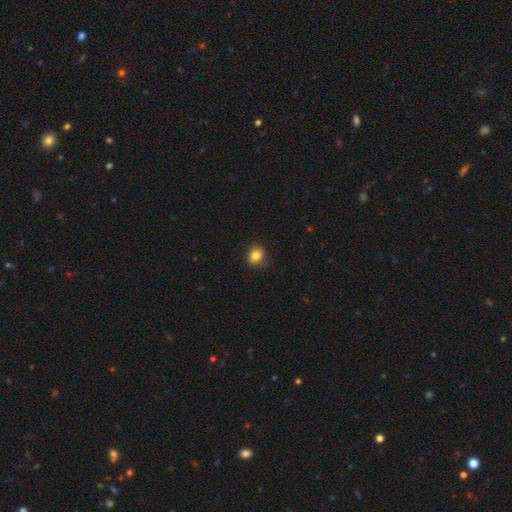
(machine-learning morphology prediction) The model was most divided on "how rounded": round: 55%, in between: 44%, cigar-shaped: 1%. More confident: smooth or featured — smooth (83%); merging — none (83%).